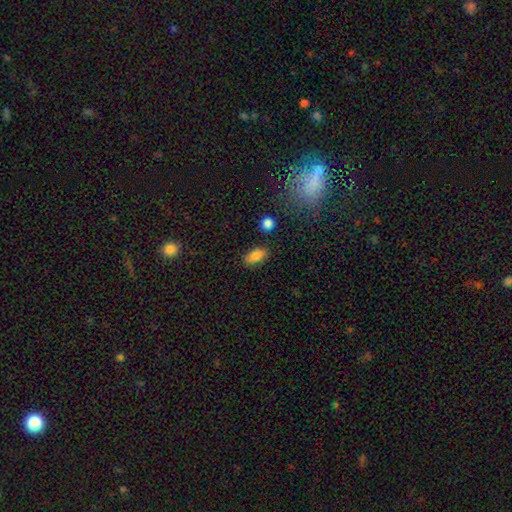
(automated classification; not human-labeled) Smooth or featured? smooth (85%)
How rounded? in between (90%)
Merging? none (81%)